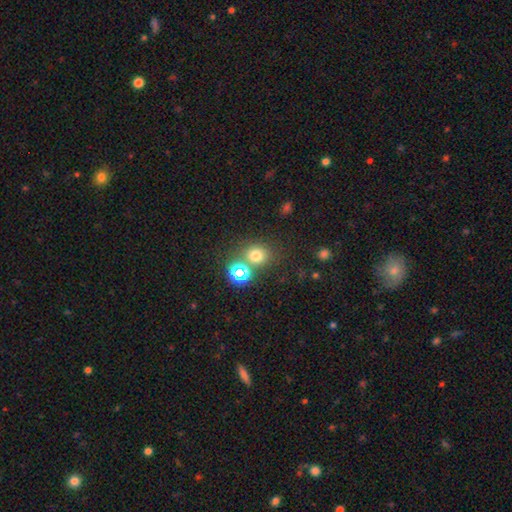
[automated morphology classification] smooth 69%, star or artifact 24%, featured or disk 7%. Down the decision tree: how rounded — round (81%); merging — none (69%).